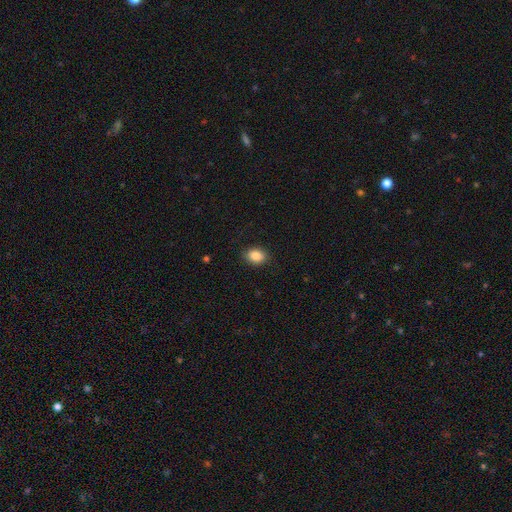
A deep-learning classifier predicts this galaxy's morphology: smooth 87%, star or artifact 8%, featured or disk 4%. Down the decision tree: how rounded — in between (70%); merging — none (87%).